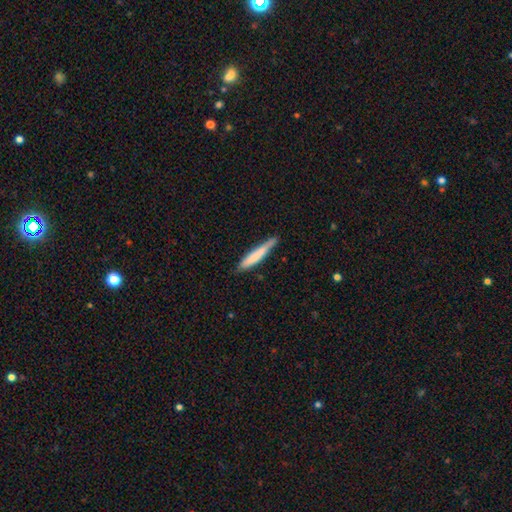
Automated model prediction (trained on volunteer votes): Smooth or featured? smooth (71%)
How rounded? cigar-shaped (94%)
Merging? none (77%)